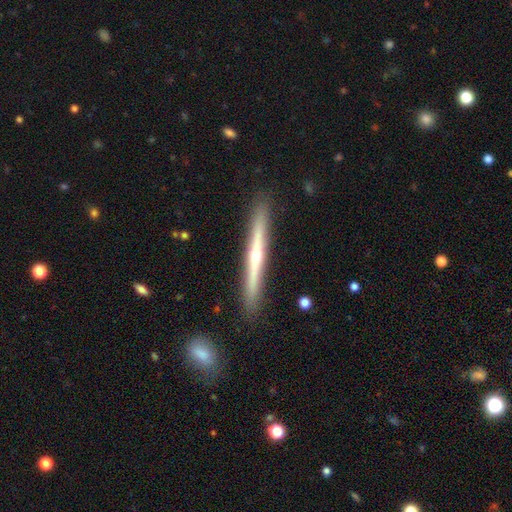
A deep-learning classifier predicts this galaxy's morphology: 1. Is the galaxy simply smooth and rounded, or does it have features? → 67% featured or disk, 28% smooth, 5% star or artifact.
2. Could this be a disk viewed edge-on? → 97% yes, 3% no.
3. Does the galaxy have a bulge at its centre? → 73% rounded, 24% none, 4% boxy.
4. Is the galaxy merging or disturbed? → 91% none, 7% minor disturbance, 1% major disturbance, 1% merger.